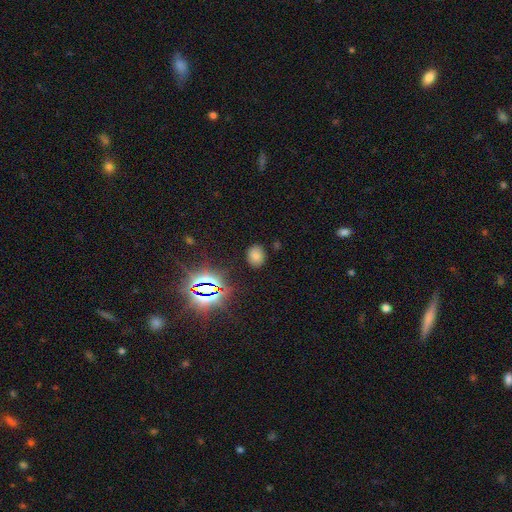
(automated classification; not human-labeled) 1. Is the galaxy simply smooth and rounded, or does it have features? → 71% smooth, 23% star or artifact, 7% featured or disk.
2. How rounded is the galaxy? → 53% in between, 46% round, 1% cigar-shaped.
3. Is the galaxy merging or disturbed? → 86% none, 10% minor disturbance, 3% major disturbance, 2% merger.